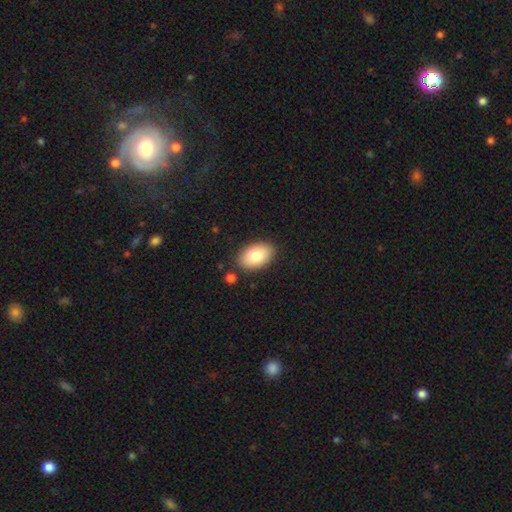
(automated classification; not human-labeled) A smooth galaxy with no disk features (80%) that is in between round and cigar-shaped (90%).

Vote fractions:
- Smooth or featured? smooth: 80% / featured or disk: 13% / star or artifact: 7%
- How rounded? in between: 90% / round: 8% / cigar-shaped: 1%
- Merging? none: 86% / minor disturbance: 9% / merger: 2% / major disturbance: 2%